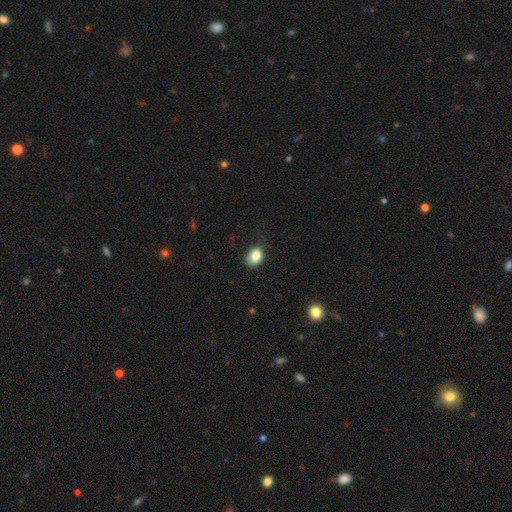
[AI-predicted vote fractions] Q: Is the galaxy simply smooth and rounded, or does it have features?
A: smooth — 85%.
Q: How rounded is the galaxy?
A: in between — 75%.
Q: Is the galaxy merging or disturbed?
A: none — 59%.